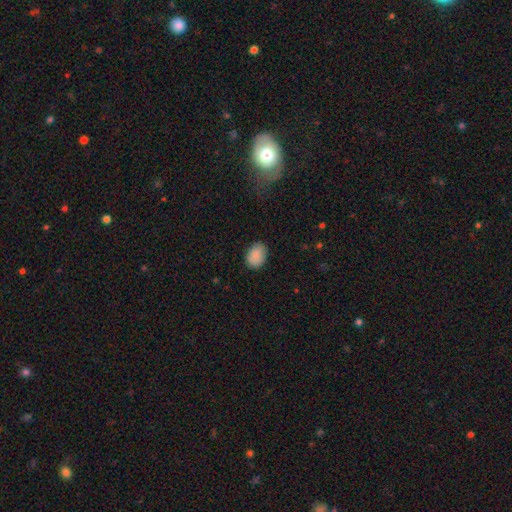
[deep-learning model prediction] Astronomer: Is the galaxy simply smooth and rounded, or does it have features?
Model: smooth — 88%.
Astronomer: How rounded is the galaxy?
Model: in between — 73%.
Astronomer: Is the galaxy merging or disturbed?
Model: none — 84%.